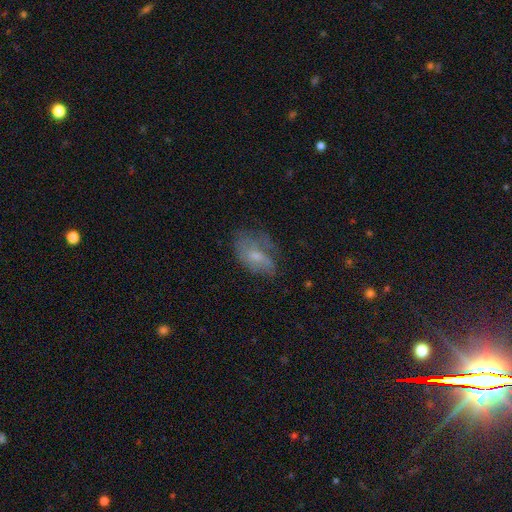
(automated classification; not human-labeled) smooth_or_featured: smooth (p=0.49) [alt: featured or disk p=0.41]
merging: none (p=0.44) [alt: minor disturbance p=0.30]